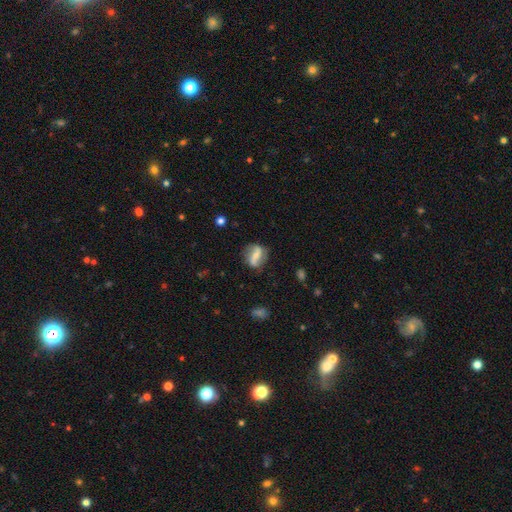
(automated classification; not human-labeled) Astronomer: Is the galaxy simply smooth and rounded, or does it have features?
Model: featured or disk — 60%.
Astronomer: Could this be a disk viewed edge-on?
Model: no — 89%.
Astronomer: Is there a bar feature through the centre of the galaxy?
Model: strong — 63%.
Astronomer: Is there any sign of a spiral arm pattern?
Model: yes — 66%.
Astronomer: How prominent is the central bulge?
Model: small — 46% (runner-up: moderate, 28%).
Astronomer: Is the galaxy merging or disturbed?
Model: none — 72%.